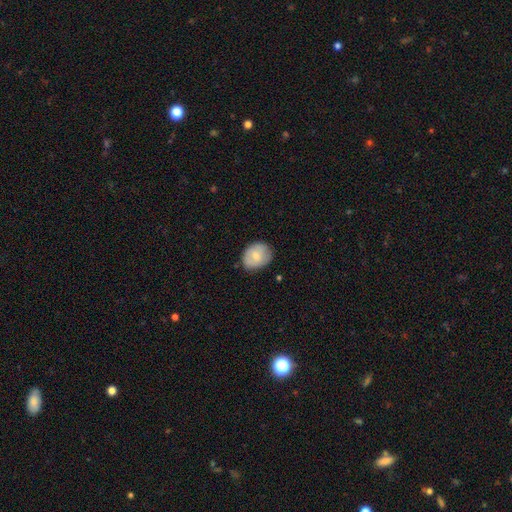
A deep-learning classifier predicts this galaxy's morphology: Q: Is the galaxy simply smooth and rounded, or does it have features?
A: smooth — 73%.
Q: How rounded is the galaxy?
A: in between — 52%.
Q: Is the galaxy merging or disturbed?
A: none — 77%.